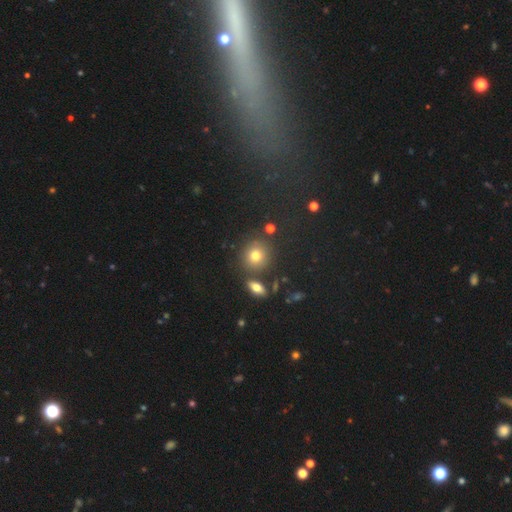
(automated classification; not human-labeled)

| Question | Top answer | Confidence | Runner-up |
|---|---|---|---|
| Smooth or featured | smooth | 75% | star or artifact (15%) |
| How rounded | round | 84% | in between (15%) |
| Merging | none | 77% | merger (10%) |